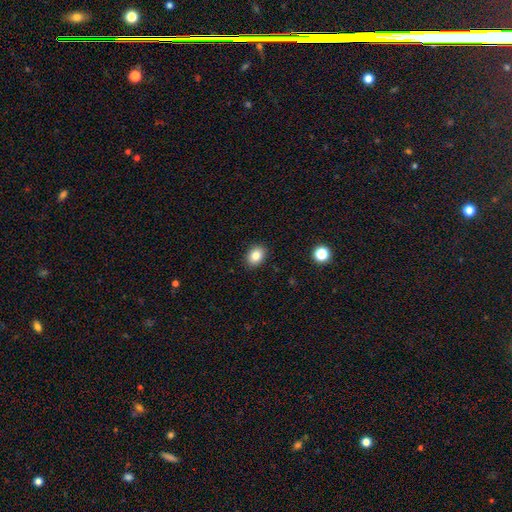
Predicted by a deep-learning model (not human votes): This appears to be a smooth galaxy with no disk features (83%) that is in between round and cigar-shaped (63%). Merging: none (90%).